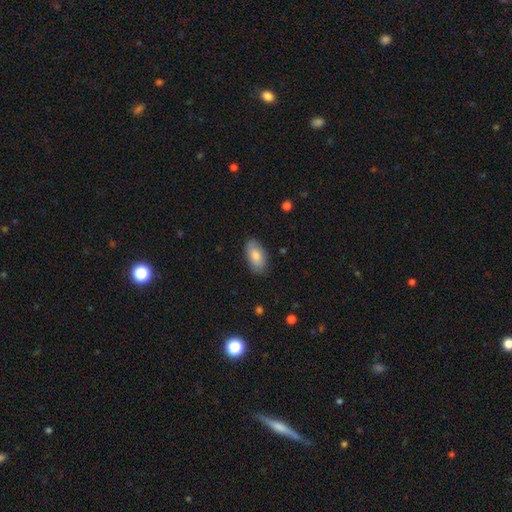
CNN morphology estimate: smooth_or_featured: smooth (p=0.81) [alt: featured or disk p=0.13]
how_rounded: in between (p=0.94) [alt: round p=0.03]
merging: none (p=0.83) [alt: minor disturbance p=0.14]